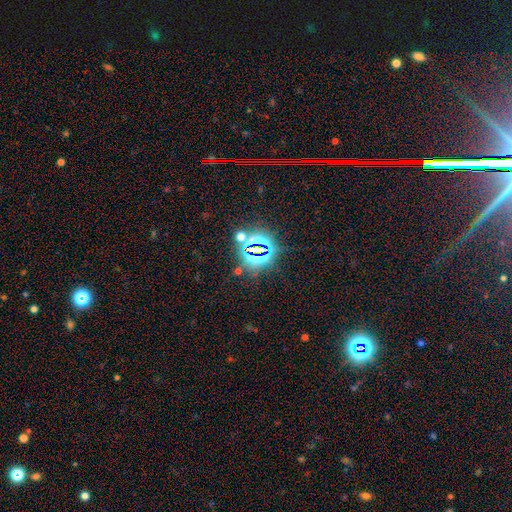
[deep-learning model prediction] Overall: star or artifact (78%).